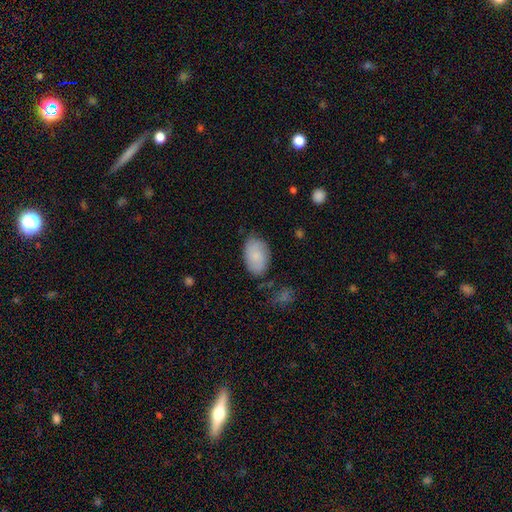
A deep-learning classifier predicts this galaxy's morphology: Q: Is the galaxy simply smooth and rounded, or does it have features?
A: smooth — 79%.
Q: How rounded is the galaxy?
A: in between — 92%.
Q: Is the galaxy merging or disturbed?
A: none — 75%.